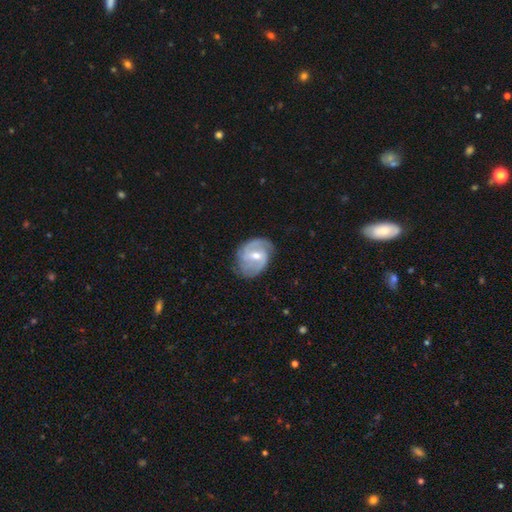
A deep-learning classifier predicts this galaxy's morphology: type=featured or disk (83%); edge-on=no (97%); bar=weak (56%); spiral arms=yes (94%); winding=medium (44%); arm count=2 (75%); bulge=moderate (66%); merging=none (71%).